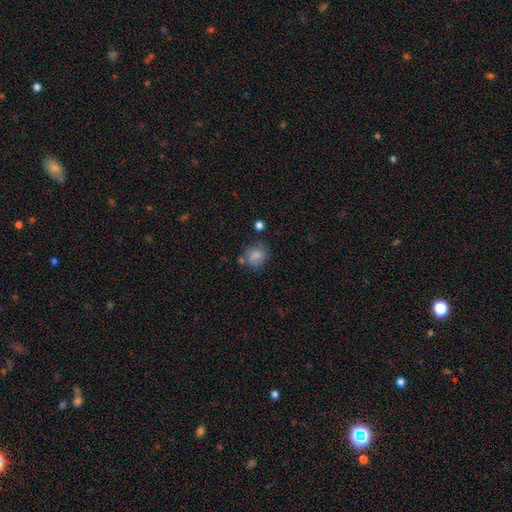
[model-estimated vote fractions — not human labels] This is likely a smooth galaxy (79%). How rounded: possibly round (58%). Merging: likely none (61%).